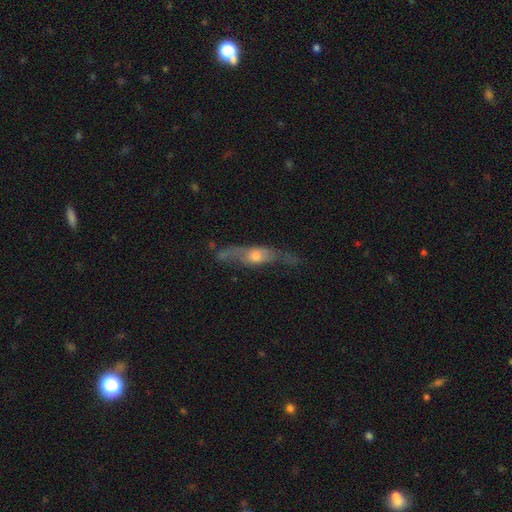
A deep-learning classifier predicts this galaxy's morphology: A featured or disk galaxy (62%) viewed edge-on (68%).

Vote fractions:
- Smooth or featured? featured or disk: 62% / smooth: 31% / star or artifact: 7%
- Edge-on disk? yes: 68% / no: 32%
- Merging? none: 57% / minor disturbance: 24% / major disturbance: 15% / merger: 4%